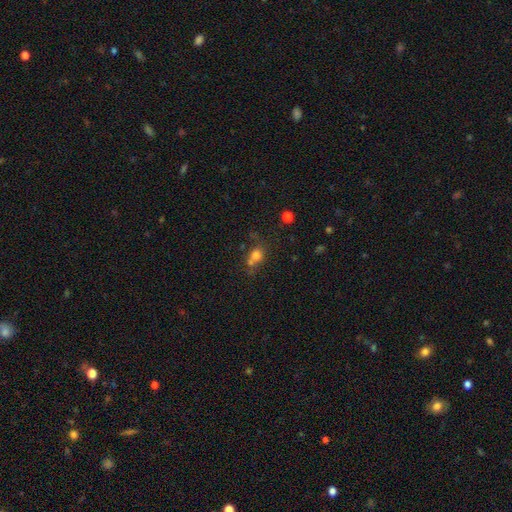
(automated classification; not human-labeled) A smooth galaxy with no disk features (73%) that is round (73%).

Vote fractions:
- Smooth or featured? smooth: 73% / star or artifact: 15% / featured or disk: 12%
- How rounded? round: 73% / in between: 26% / cigar-shaped: 1%
- Merging? none: 45% / merger: 34% / minor disturbance: 13% / major disturbance: 8%